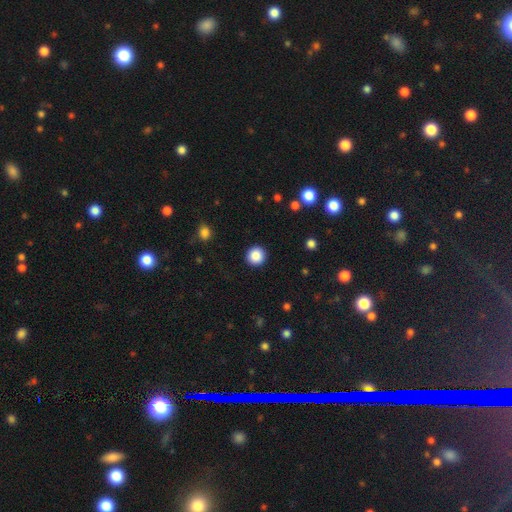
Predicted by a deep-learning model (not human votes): Overall: smooth (87%). How rounded: round (95%). Merging: none (92%).